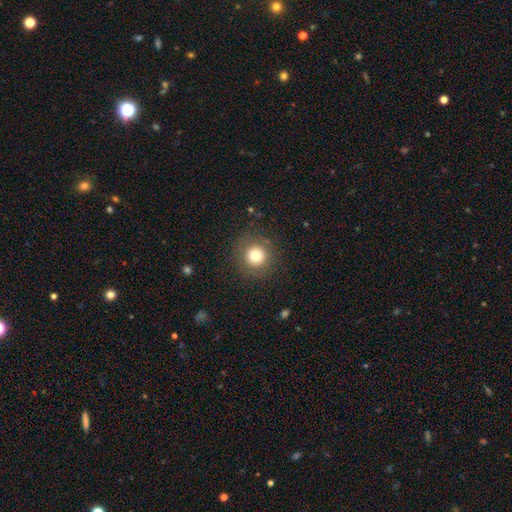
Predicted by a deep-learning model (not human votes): smooth-or-featured: smooth: 77% | star or artifact: 13% | featured or disk: 10%
  how-rounded: round: 95% | in between: 5% | cigar-shaped: 1%
  merging: none: 88% | minor disturbance: 7% | major disturbance: 4% | merger: 1%